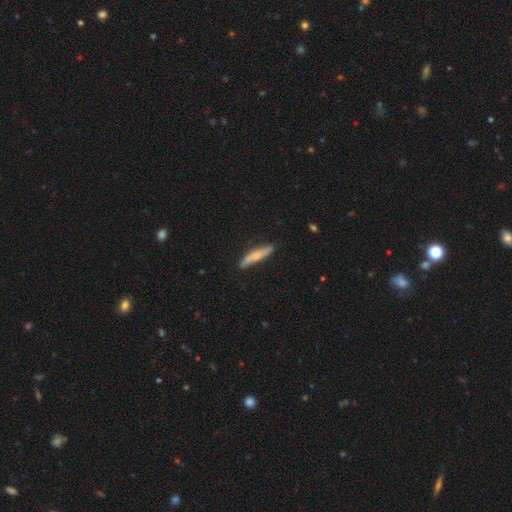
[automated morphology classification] A smooth galaxy with no disk features (65%) that is cigar-shaped (89%). Merging: none (78%).